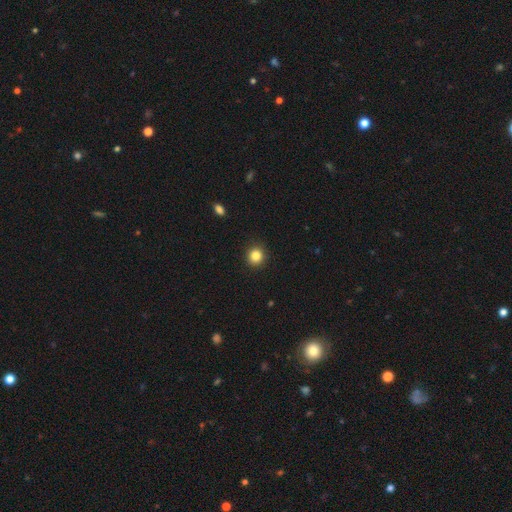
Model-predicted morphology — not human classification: smooth-or-featured: smooth: 84% | star or artifact: 11% | featured or disk: 5%
  how-rounded: round: 91% | in between: 8% | cigar-shaped: 1%
  merging: none: 92% | minor disturbance: 5% | major disturbance: 2% | merger: 1%